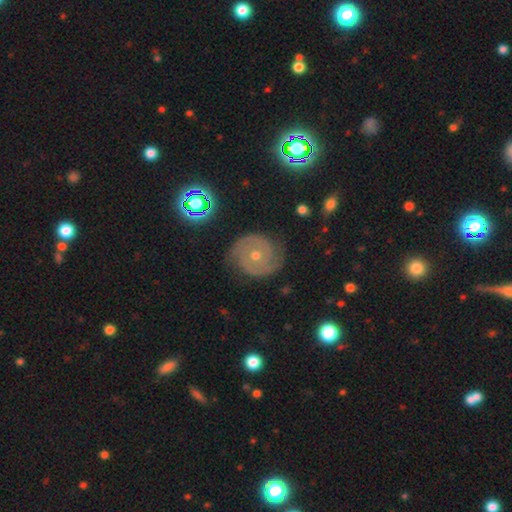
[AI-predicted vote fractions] Morphology: type=featured or disk (78%); edge-on=no (97%); bar=no (78%); spiral arms=yes (92%); winding=tight (70%); arm count=2 (64%); bulge=moderate (50%); merging=none (79%).